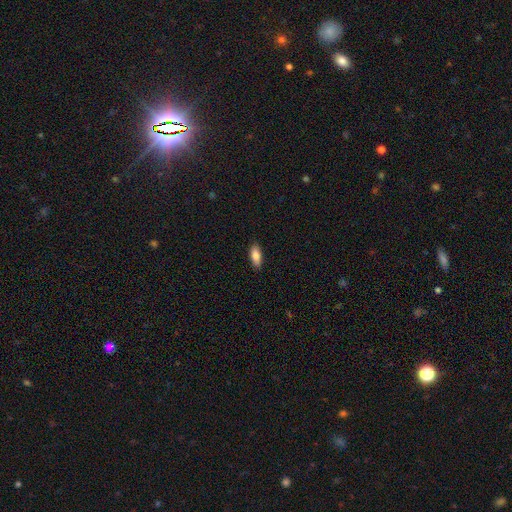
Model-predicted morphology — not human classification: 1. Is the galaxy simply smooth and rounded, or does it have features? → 82% smooth, 11% featured or disk, 7% star or artifact.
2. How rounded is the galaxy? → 79% in between, 18% cigar-shaped, 2% round.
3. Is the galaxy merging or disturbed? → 89% none, 8% minor disturbance, 2% major disturbance, 1% merger.